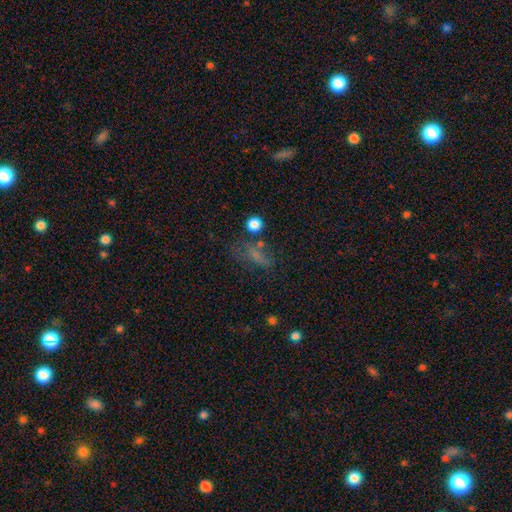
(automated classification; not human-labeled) Overall: smooth (54%; star or artifact 27%). How rounded: in between (59%; cigar-shaped 26%). Merging: none (47%; minor disturbance 22%).